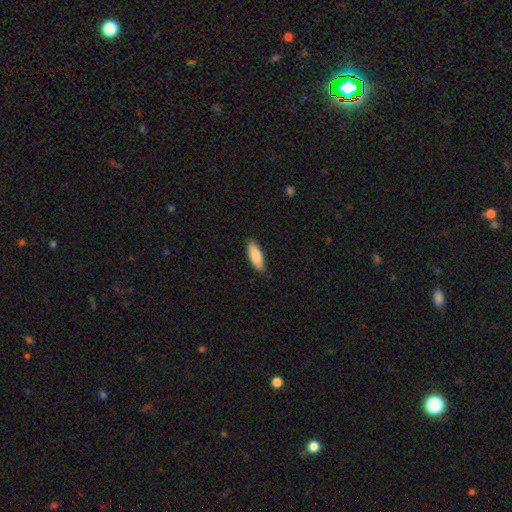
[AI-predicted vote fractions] The model was most divided on "how rounded": in between: 68%, cigar-shaped: 31%, round: 2%. More confident: merging — none (89%); smooth or featured — smooth (85%).